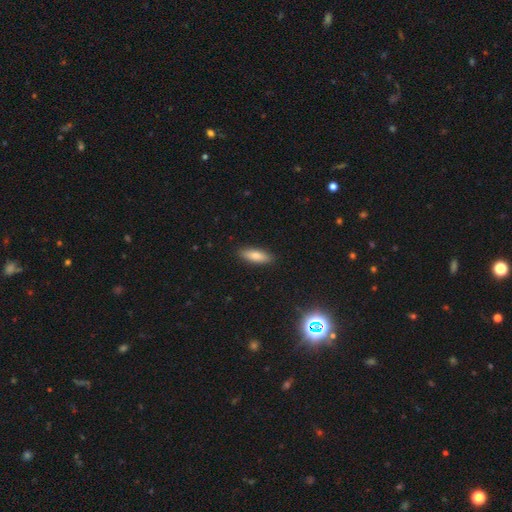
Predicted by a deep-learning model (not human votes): Smooth or featured? Predicted: smooth (p=0.78). How rounded? Predicted: in between (p=0.53). Merging? Predicted: none (p=0.89).